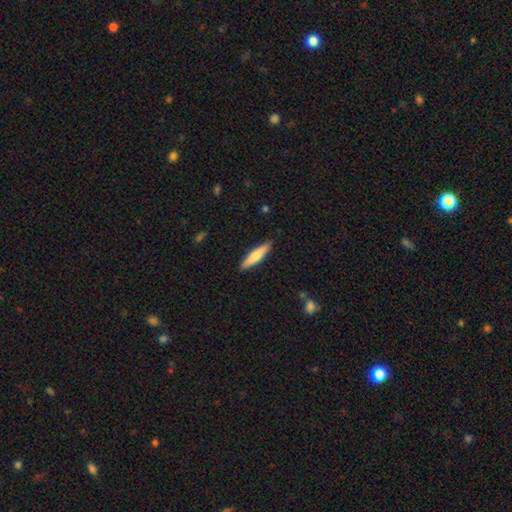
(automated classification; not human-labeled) This is likely a smooth galaxy (66%). How rounded: clearly cigar-shaped (84%). Merging: clearly none (90%).